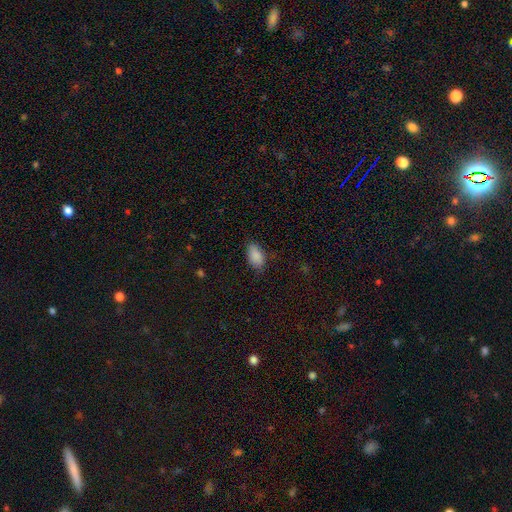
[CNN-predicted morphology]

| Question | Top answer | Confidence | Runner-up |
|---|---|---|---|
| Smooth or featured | smooth | 88% | star or artifact (7%) |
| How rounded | in between | 92% | round (4%) |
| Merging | none | 76% | minor disturbance (19%) |